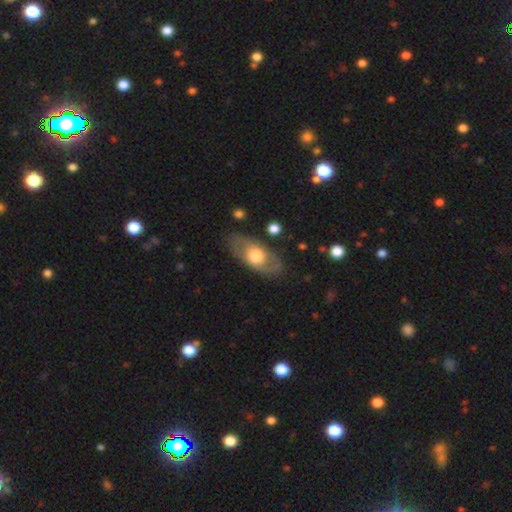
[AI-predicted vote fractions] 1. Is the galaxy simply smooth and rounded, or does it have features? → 50% smooth, 44% featured or disk, 5% star or artifact.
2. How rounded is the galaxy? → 85% in between, 9% round, 6% cigar-shaped.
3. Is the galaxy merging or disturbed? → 79% none, 13% minor disturbance, 5% major disturbance, 2% merger.